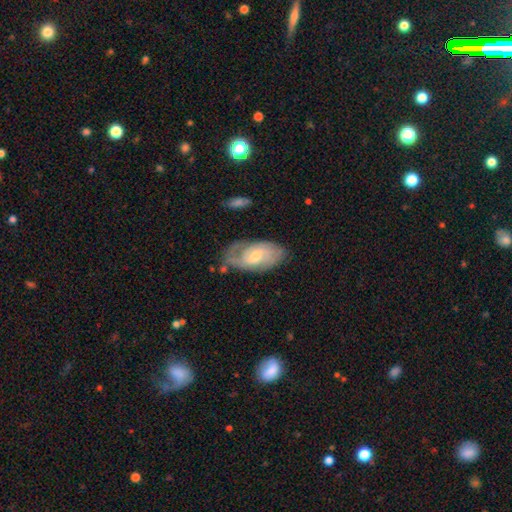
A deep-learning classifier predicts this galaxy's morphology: Smooth or featured?
  - featured or disk: 70% *
  - smooth: 24%
  - star or artifact: 6%
Edge-on disk?
  - no: 94% *
  - yes: 6%
Bar?
  - weak: 48% *
  - no: 44%
  - strong: 8%
Spiral arms?
  - yes: 88% *
  - no: 12%
Spiral winding?
  - tight: 48% *
  - medium: 38%
  - loose: 13%
Spiral arm count?
  - 2: 47% *
  - can't tell: 32%
  - 1: 9%
  - 3: 8%
  - 4: 2%
  - more than 4: 2%
Bulge size?
  - small: 47% * (tied)
  - moderate: 47% * (tied)
  - large: 2%
  - none: 2%
  - dominant: 1%
Merging?
  - none: 63% *
  - minor disturbance: 25%
  - major disturbance: 9%
  - merger: 3%